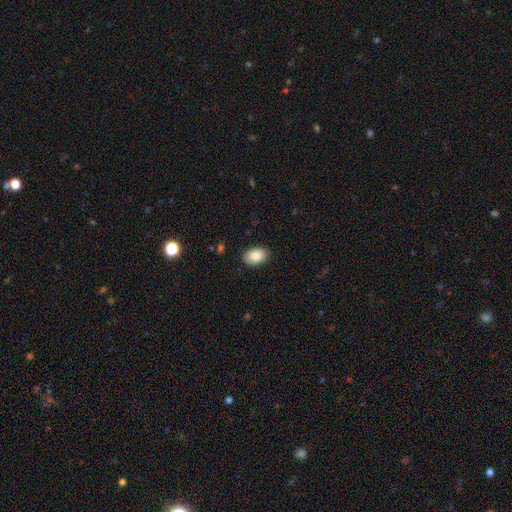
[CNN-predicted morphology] A smooth galaxy with no disk features (86%) that is in between round and cigar-shaped (90%).

Vote fractions:
- Smooth or featured? smooth: 86% / star or artifact: 7% / featured or disk: 7%
- How rounded? in between: 90% / round: 9% / cigar-shaped: 1%
- Merging? none: 88% / minor disturbance: 9% / major disturbance: 2% / merger: 1%